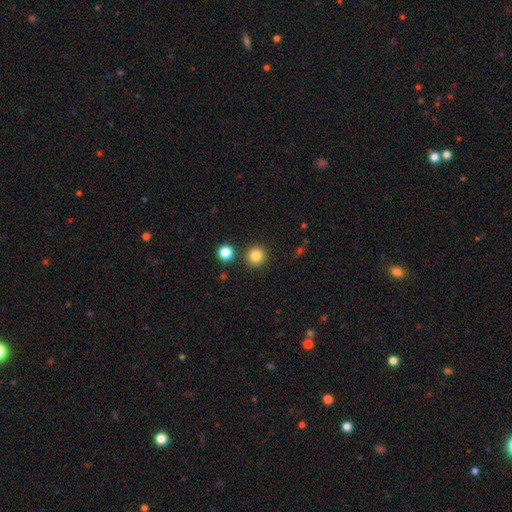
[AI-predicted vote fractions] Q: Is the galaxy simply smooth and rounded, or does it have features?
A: smooth — 83%.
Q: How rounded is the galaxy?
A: round — 95%.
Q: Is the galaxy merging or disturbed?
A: none — 89%.